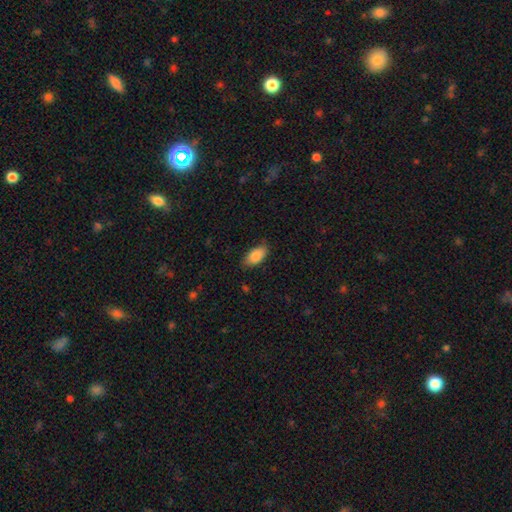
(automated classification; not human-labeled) Q: Smooth or featured?
A: smooth (87%); runner-up: featured or disk (6%)
Q: How rounded?
A: in between (92%); runner-up: cigar-shaped (6%)
Q: Merging?
A: none (77%); runner-up: minor disturbance (18%)